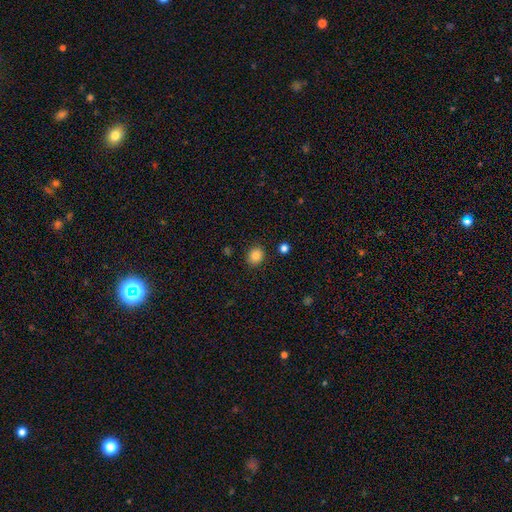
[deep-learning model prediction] Morphology: type=smooth (85%); roundness=round (71%); merging=none (88%).